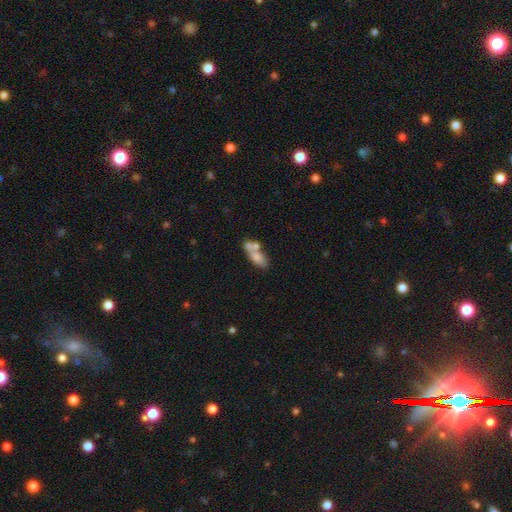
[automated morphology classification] This appears to be a smooth galaxy with no disk features (68%) that is in between round and cigar-shaped (69%). Merging: none (39%).